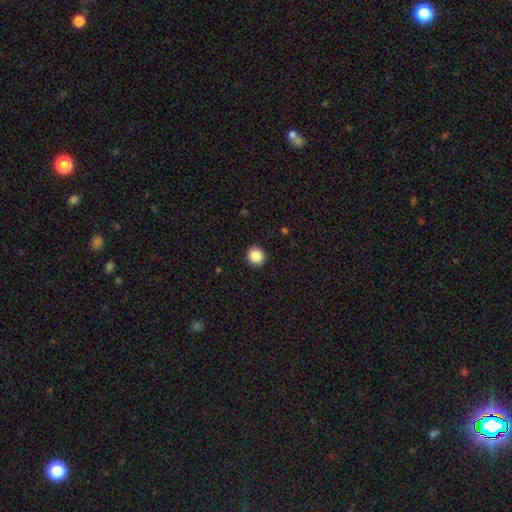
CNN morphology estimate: Overall: smooth (88%). How rounded: round (91%). Merging: none (92%).